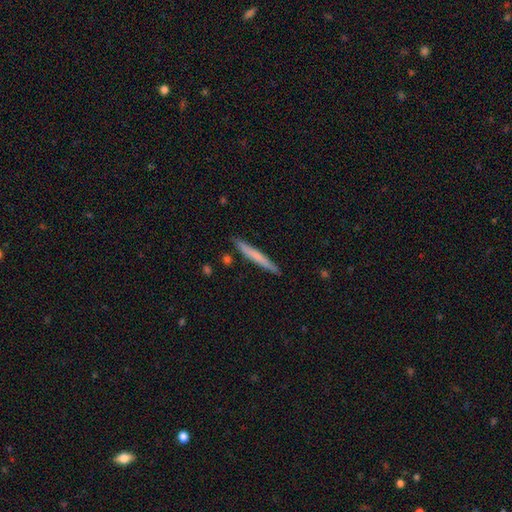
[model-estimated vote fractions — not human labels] This is likely a smooth galaxy (62%). How rounded: clearly cigar-shaped (97%). Merging: clearly none (89%).